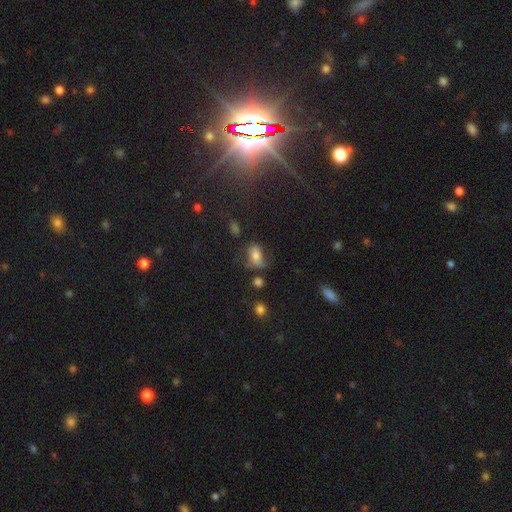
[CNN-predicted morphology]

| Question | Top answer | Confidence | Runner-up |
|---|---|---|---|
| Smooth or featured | smooth | 68% | featured or disk (20%) |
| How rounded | in between | 86% | round (12%) |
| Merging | none | 39% | minor disturbance (30%) |